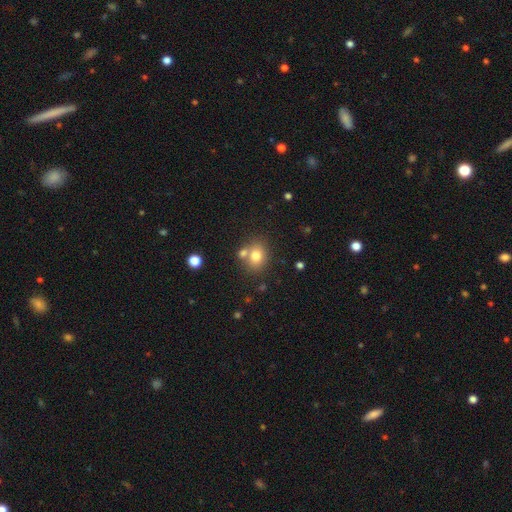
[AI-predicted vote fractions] Q: Smooth or featured?
A: smooth (77%); runner-up: star or artifact (12%)
Q: How rounded?
A: round (58%); runner-up: in between (41%)
Q: Merging?
A: none (61%); runner-up: merger (24%)